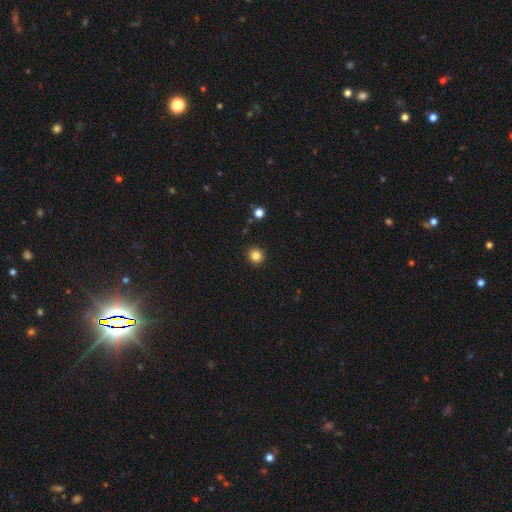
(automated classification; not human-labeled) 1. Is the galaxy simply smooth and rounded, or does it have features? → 84% smooth, 12% star or artifact, 4% featured or disk.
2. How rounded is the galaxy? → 94% round, 5% in between, 1% cigar-shaped.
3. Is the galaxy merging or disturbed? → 93% none, 5% minor disturbance, 2% major disturbance, 1% merger.